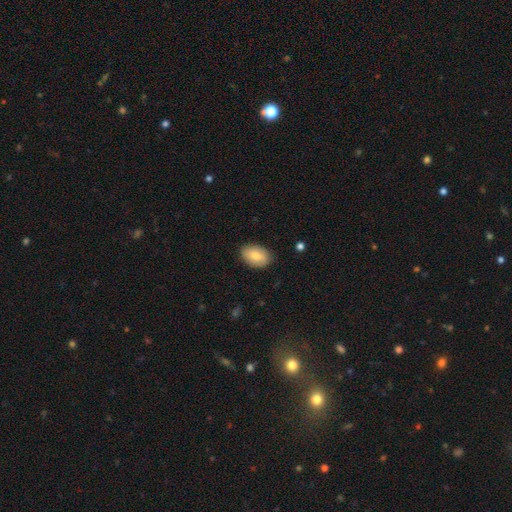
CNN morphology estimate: Overall: smooth (81%). How rounded: in between (87%). Merging: none (86%).